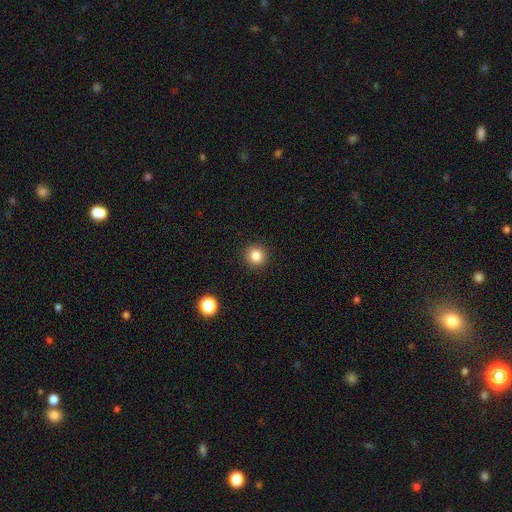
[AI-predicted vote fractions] smooth-or-featured: smooth: 84% | star or artifact: 11% | featured or disk: 5%
  how-rounded: round: 93% | in between: 6% | cigar-shaped: 1%
  merging: none: 92% | minor disturbance: 5% | major disturbance: 2% | merger: 1%